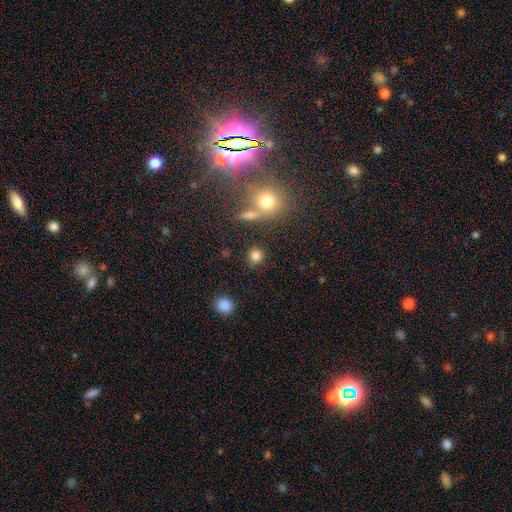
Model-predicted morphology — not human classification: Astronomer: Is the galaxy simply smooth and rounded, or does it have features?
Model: smooth — 82%.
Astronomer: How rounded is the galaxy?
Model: round — 87%.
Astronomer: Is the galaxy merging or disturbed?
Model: none — 79%.